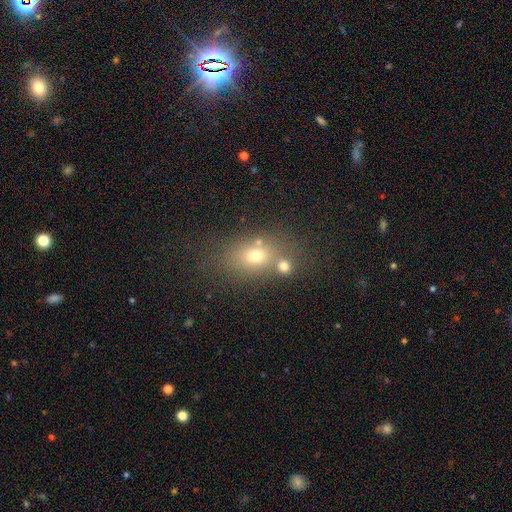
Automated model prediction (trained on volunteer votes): Smooth or featured? Predicted: smooth (p=0.62). How rounded? Predicted: in between (p=0.64). Merging? Predicted: none (p=0.52).